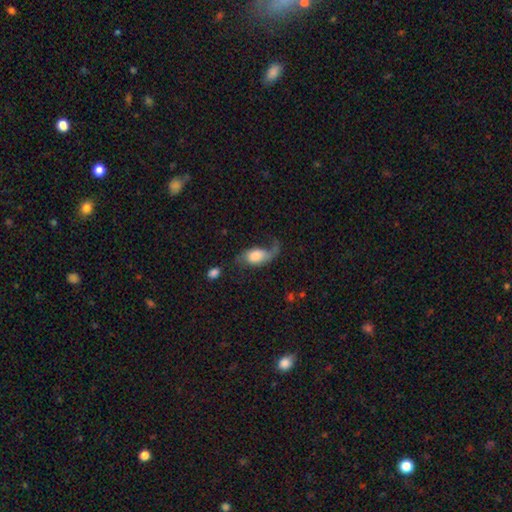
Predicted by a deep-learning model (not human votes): Morphology: type=smooth (52%); roundness=in between (88%); merging=major disturbance (37%).